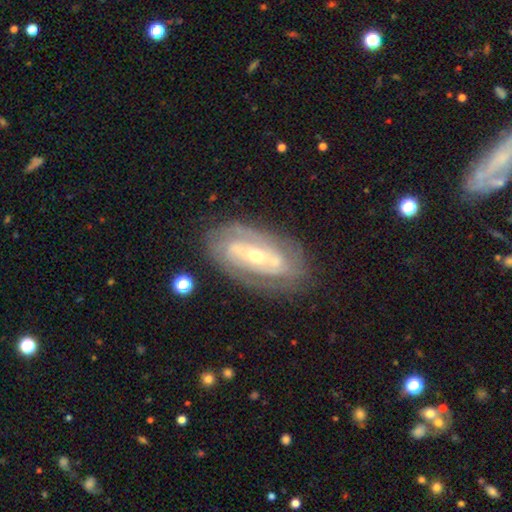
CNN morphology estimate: A featured or disk galaxy (83%) with a strong bar (37%), 2 (52%) tight (63%) spiral arms (82%) and a small central bulge (50%).

Vote fractions:
- Smooth or featured? featured or disk: 83% / smooth: 12% / star or artifact: 6%
- Edge-on disk? no: 92% / yes: 8%
- Bar? strong: 37% / no: 34% / weak: 30%
- Spiral arms? yes: 82% / no: 18%
- Spiral winding? tight: 63% / medium: 28% / loose: 9%
- Spiral arm count? 2: 52% / can't tell: 28% / 3: 10% / 1: 4% / 4: 3% / more than 4: 3%
- Bulge size? small: 50% / moderate: 46% / large: 2% / dominant: 1% / none: 1%
- Merging? none: 78% / minor disturbance: 14% / major disturbance: 6% / merger: 2%